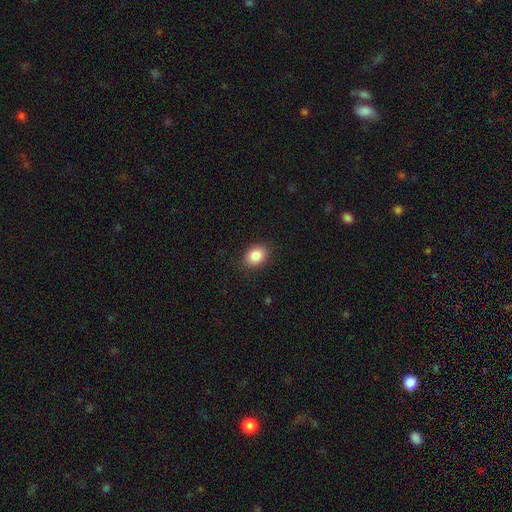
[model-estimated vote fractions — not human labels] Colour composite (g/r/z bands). It shows a smooth galaxy with no disk features (86%) that is in between round and cigar-shaped (66%). Merging: none (88%).